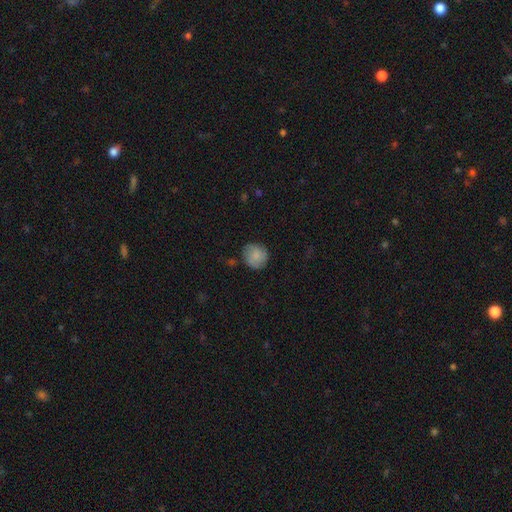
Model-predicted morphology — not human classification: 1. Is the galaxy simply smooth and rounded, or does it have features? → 83% smooth, 10% featured or disk, 7% star or artifact.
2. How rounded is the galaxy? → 88% round, 11% in between, 1% cigar-shaped.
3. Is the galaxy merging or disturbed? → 79% none, 16% minor disturbance, 4% major disturbance, 2% merger.